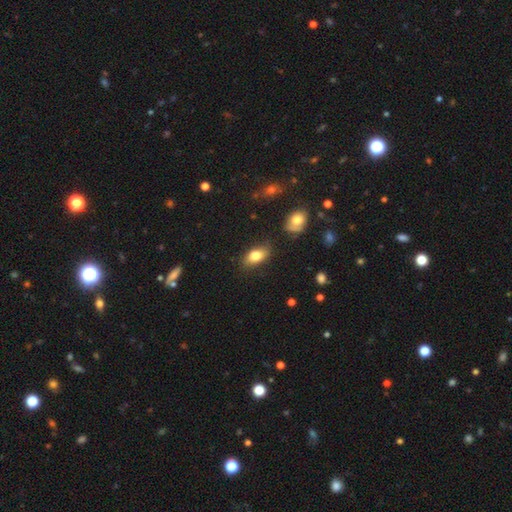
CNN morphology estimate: Smooth or featured?
  - smooth: 79% *
  - featured or disk: 13%
  - star or artifact: 8%
How rounded?
  - in between: 88% *
  - round: 7%
  - cigar-shaped: 5%
Merging?
  - none: 79% *
  - minor disturbance: 15%
  - major disturbance: 3%
  - merger: 3%